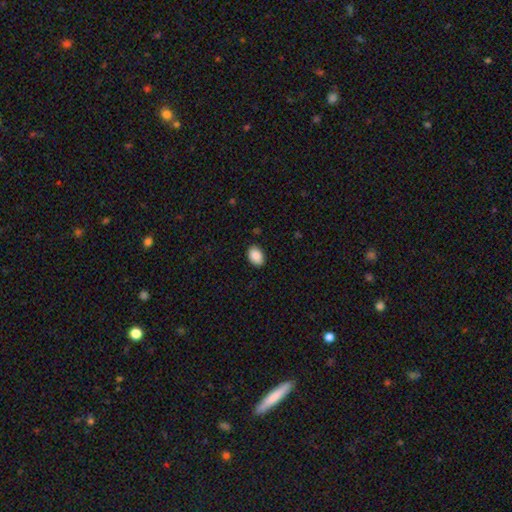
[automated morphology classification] smooth-or-featured: smooth: 89% | star or artifact: 7% | featured or disk: 4%
  how-rounded: in between: 83% | round: 16% | cigar-shaped: 1%
  merging: none: 87% | minor disturbance: 10% | major disturbance: 2% | merger: 1%